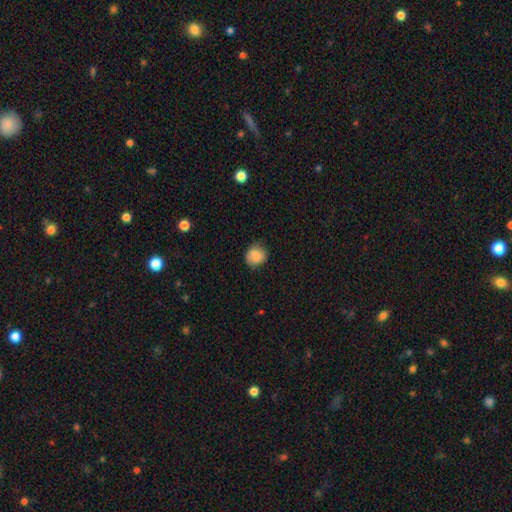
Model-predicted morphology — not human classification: Smooth or featured?
  - smooth: 85% *
  - star or artifact: 8%
  - featured or disk: 7%
How rounded?
  - round: 82% *
  - in between: 17%
  - cigar-shaped: 1%
Merging?
  - none: 78% *
  - minor disturbance: 17%
  - major disturbance: 4%
  - merger: 1%